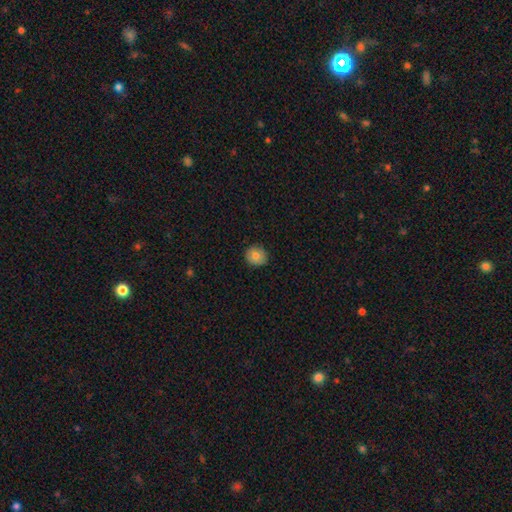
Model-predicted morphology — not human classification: This appears to be a smooth galaxy with no disk features (80%) that is round (85%). Merging: none (89%).